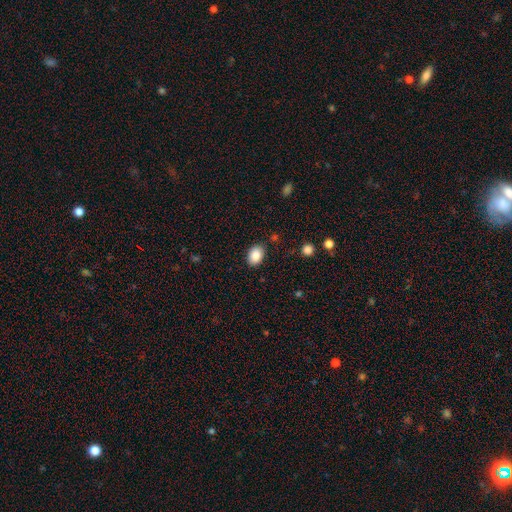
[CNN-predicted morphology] smooth-or-featured: smooth: 87% | star or artifact: 8% | featured or disk: 5%
  how-rounded: in between: 75% | round: 24% | cigar-shaped: 1%
  merging: none: 86% | minor disturbance: 10% | major disturbance: 2% | merger: 2%